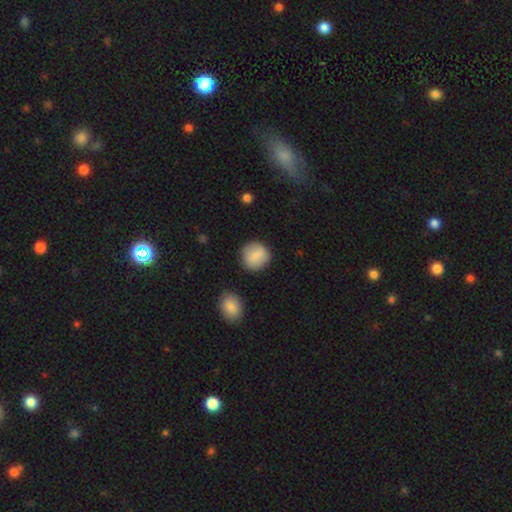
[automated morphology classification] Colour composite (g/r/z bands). It shows a smooth galaxy with no disk features (81%) that is round (88%). Merging: none (84%).